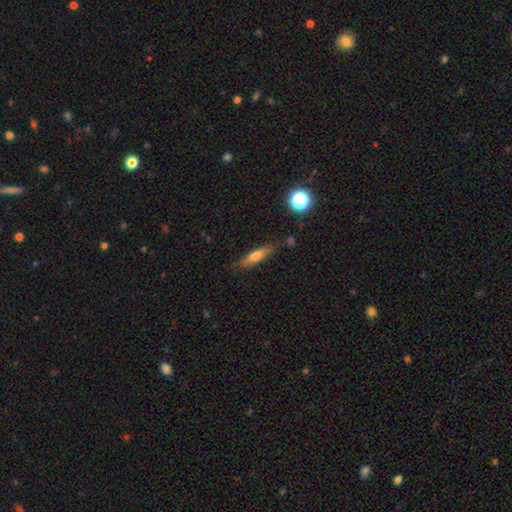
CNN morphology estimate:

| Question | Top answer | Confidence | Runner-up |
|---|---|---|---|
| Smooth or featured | smooth | 60% | featured or disk (31%) |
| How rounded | cigar-shaped | 69% | in between (28%) |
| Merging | none | 76% | minor disturbance (16%) |